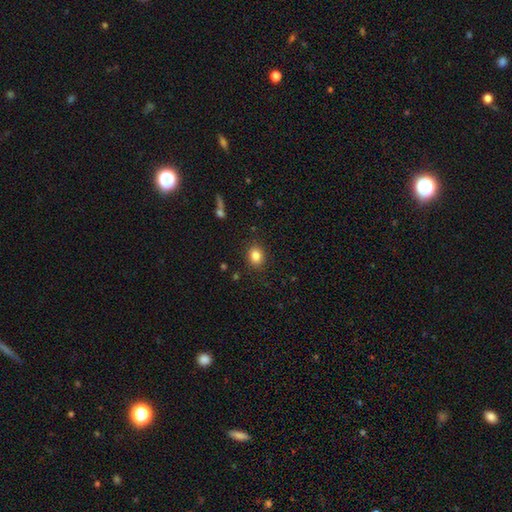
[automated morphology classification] Smooth or featured? smooth (84%)
How rounded? round (53%)
Merging? none (87%)